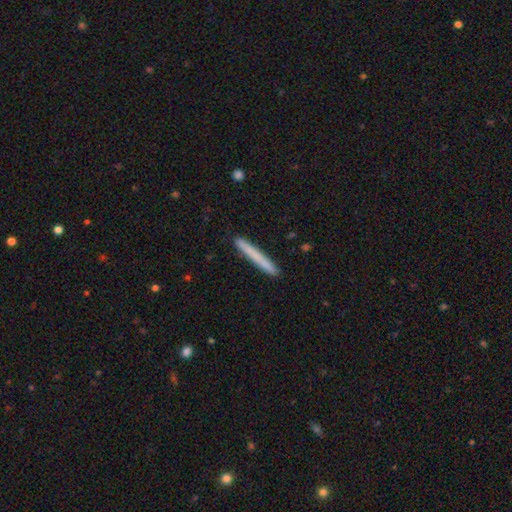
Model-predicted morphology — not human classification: This is likely a smooth galaxy (72%). How rounded: clearly cigar-shaped (97%). Merging: clearly none (91%).